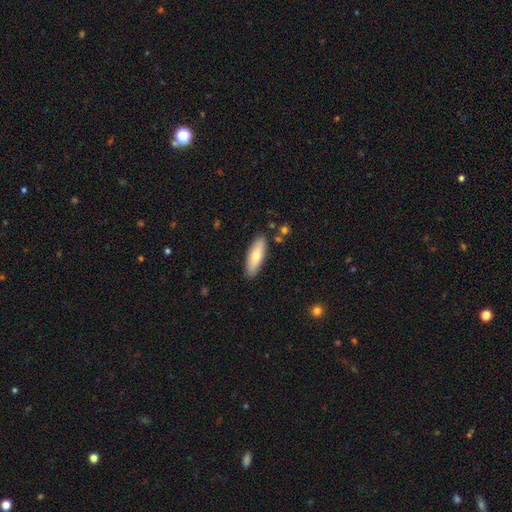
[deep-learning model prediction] This appears to be a smooth galaxy with no disk features (68%) that is in between round and cigar-shaped (56%). Merging: none (87%).